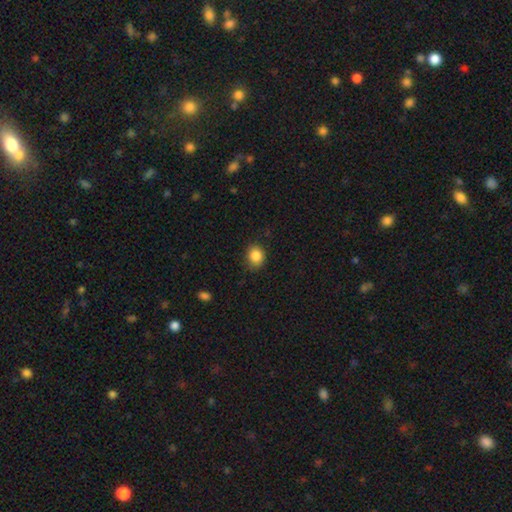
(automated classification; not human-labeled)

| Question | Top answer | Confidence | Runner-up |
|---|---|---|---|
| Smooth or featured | smooth | 86% | star or artifact (9%) |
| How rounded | round | 64% | in between (36%) |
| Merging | none | 81% | minor disturbance (15%) |